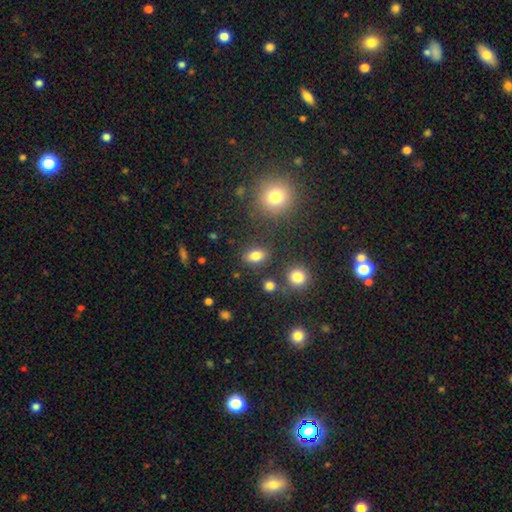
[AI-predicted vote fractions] A smooth galaxy with no disk features (82%) that is in between round and cigar-shaped (79%). Merging: none (82%).